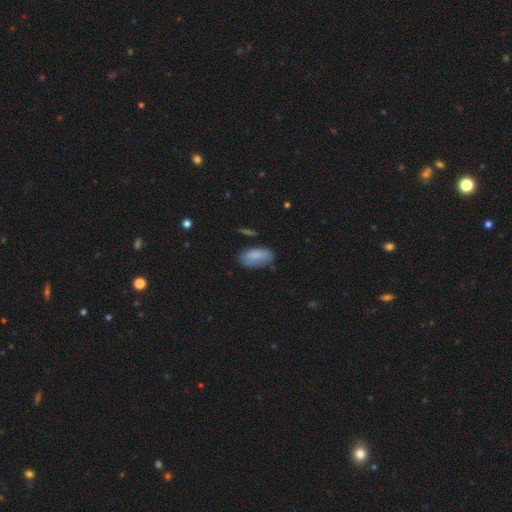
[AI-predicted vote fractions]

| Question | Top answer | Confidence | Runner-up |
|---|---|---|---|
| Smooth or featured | smooth | 81% | featured or disk (12%) |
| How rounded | in between | 92% | cigar-shaped (5%) |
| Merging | none | 69% | minor disturbance (23%) |